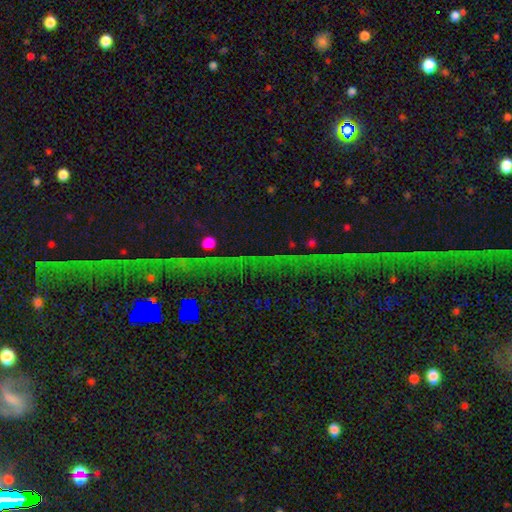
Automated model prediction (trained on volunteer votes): Smooth or featured? Predicted: star or artifact (p=0.75).